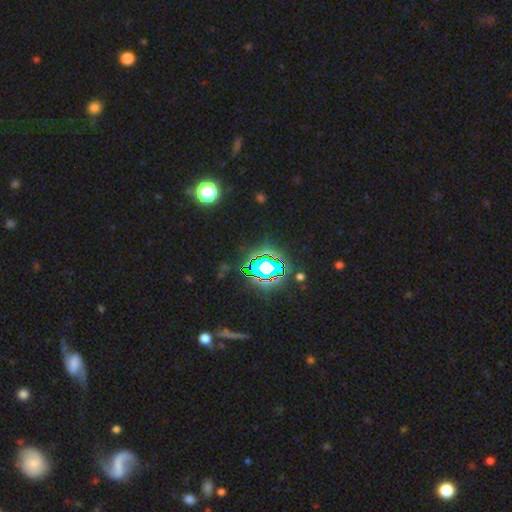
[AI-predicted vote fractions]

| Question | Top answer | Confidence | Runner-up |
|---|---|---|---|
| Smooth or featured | star or artifact | 81% | smooth (12%) |